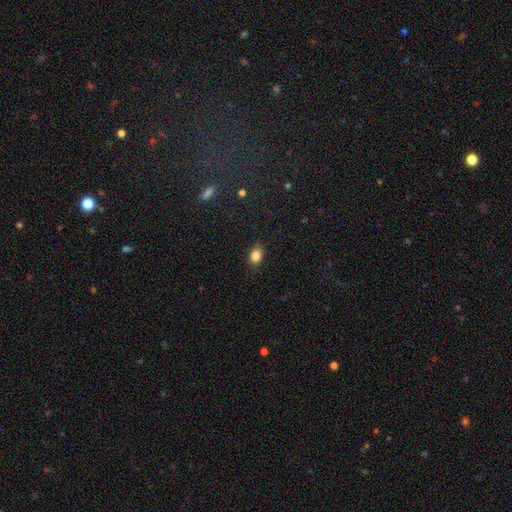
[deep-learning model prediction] Smooth or featured? smooth (85%)
How rounded? in between (67%)
Merging? none (87%)